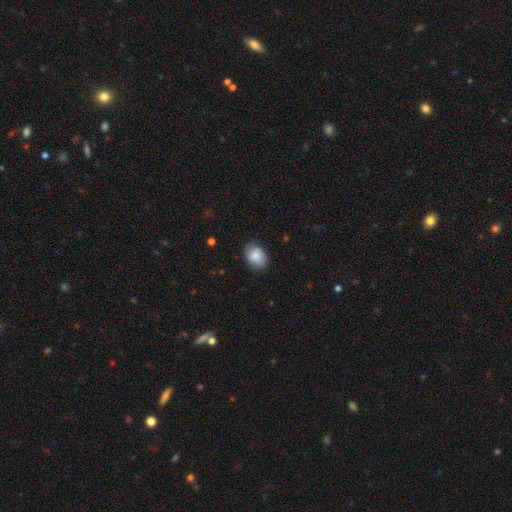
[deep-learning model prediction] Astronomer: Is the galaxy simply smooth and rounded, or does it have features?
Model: smooth — 81%.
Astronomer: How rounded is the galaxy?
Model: in between — 68%.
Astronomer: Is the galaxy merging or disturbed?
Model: none — 80%.